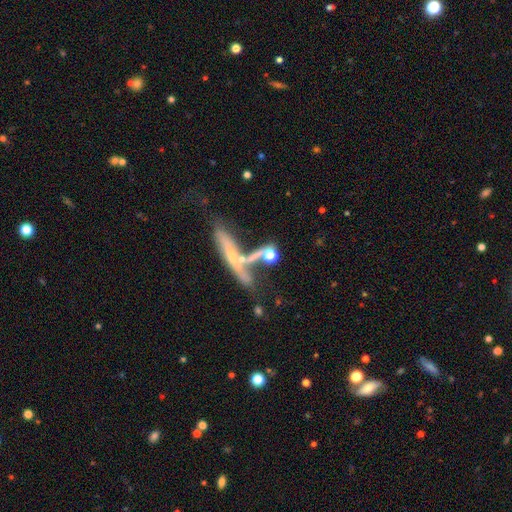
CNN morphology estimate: This appears to be a smooth galaxy with no disk features (48%). Merging: none (39%).